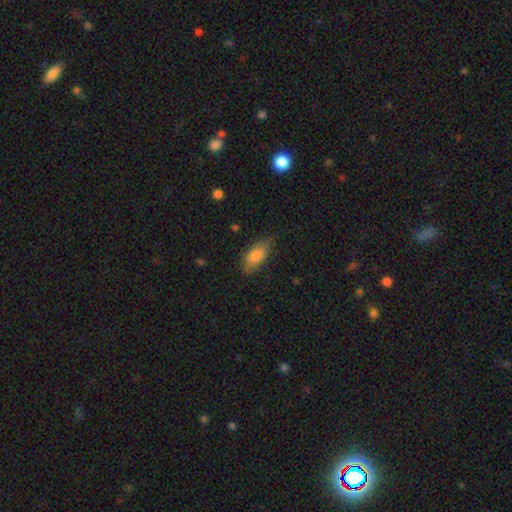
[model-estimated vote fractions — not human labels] The model was most divided on "merging": none: 67%, minor disturbance: 26%, major disturbance: 6%, merger: 1%. More confident: how rounded — in between (87%); smooth or featured — smooth (81%).